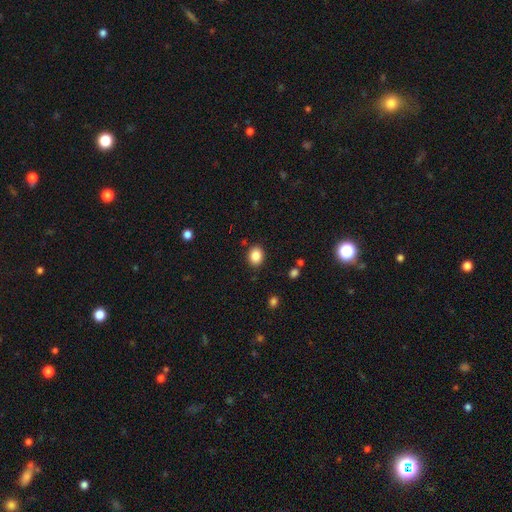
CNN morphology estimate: Smooth or featured? smooth (86%)
How rounded? round (53%)
Merging? none (87%)